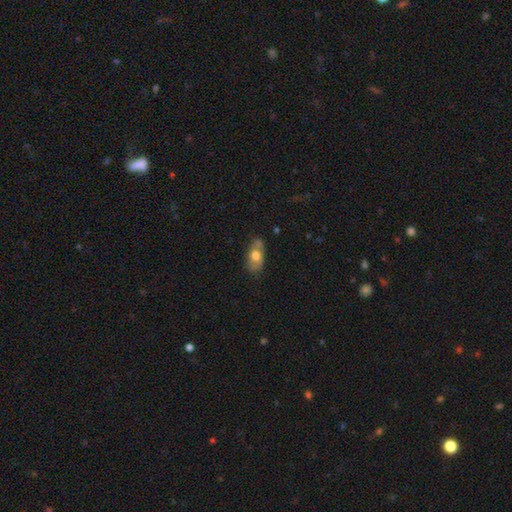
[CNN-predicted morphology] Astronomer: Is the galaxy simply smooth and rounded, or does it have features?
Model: smooth — 59%.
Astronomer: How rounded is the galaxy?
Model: in between — 88%.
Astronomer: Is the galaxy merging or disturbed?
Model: none — 73%.